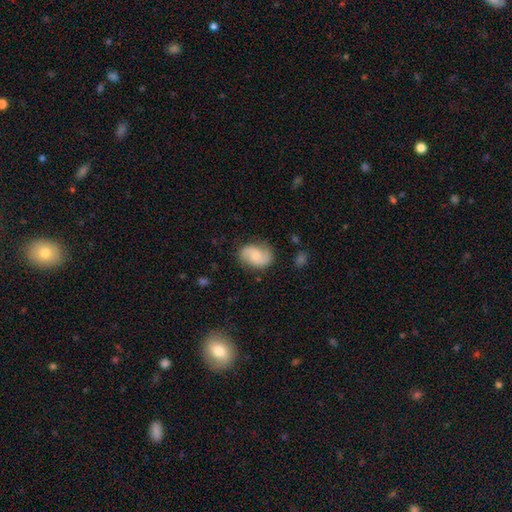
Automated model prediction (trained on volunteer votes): Smooth or featured? featured or disk (67%)
Edge-on disk? no (98%)
Bar? no (60%)
Spiral arms? yes (95%)
Spiral winding? medium (45%)
Spiral arm count? 2 (91%)
Bulge size? small (44%)
Merging? none (79%)